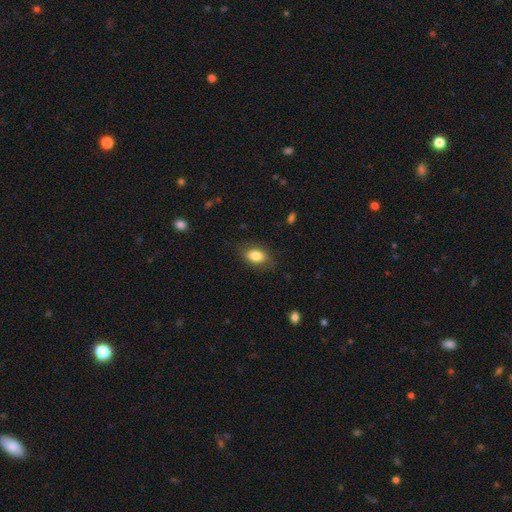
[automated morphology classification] Smooth or featured? Predicted: smooth (p=0.83). How rounded? Predicted: in between (p=0.86). Merging? Predicted: none (p=0.79).